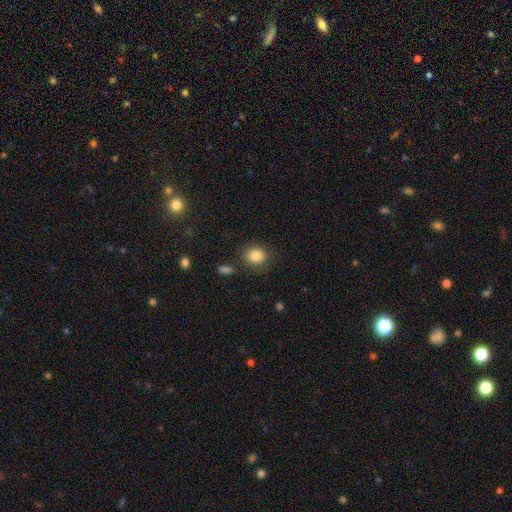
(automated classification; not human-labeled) This appears to be a smooth galaxy with no disk features (85%) that is round (69%). Merging: none (82%).